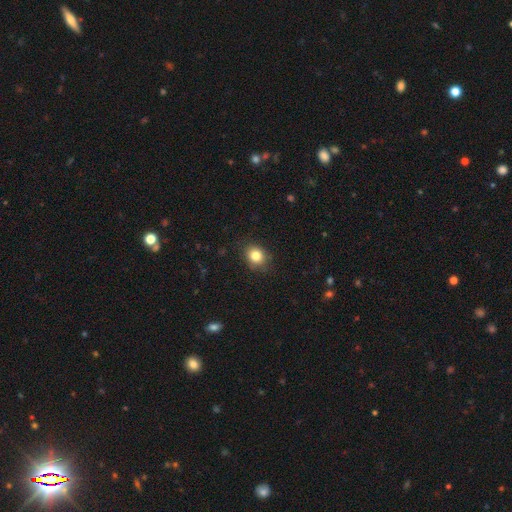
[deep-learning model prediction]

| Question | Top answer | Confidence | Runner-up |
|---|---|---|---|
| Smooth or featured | smooth | 82% | star or artifact (11%) |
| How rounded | round | 71% | in between (28%) |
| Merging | none | 85% | minor disturbance (11%) |